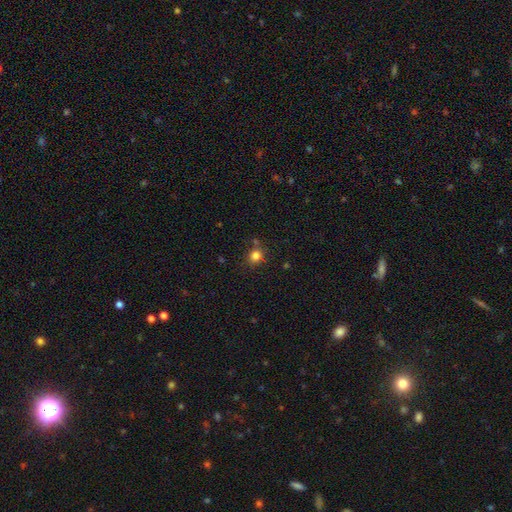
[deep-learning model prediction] smooth 81%, star or artifact 14%, featured or disk 6%. Down the decision tree: how rounded — round (78%); merging — none (76%).